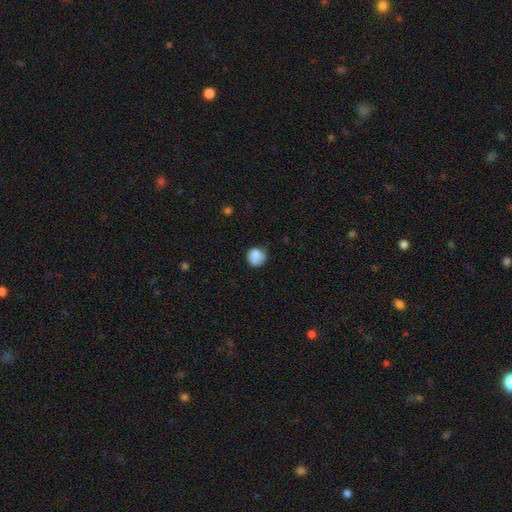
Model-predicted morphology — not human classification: Q: Smooth or featured?
A: smooth (82%); runner-up: featured or disk (10%)
Q: How rounded?
A: round (82%); runner-up: in between (17%)
Q: Merging?
A: none (60%); runner-up: minor disturbance (29%)